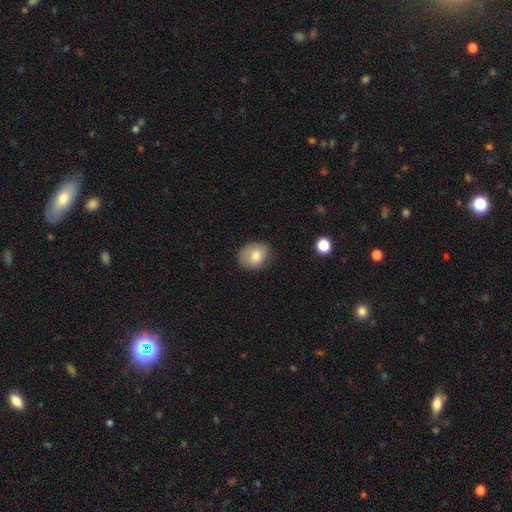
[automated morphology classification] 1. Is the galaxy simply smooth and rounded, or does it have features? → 77% smooth, 14% featured or disk, 9% star or artifact.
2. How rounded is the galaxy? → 50% in between, 49% round, 1% cigar-shaped.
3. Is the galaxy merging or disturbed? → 76% none, 19% minor disturbance, 4% major disturbance, 1% merger.